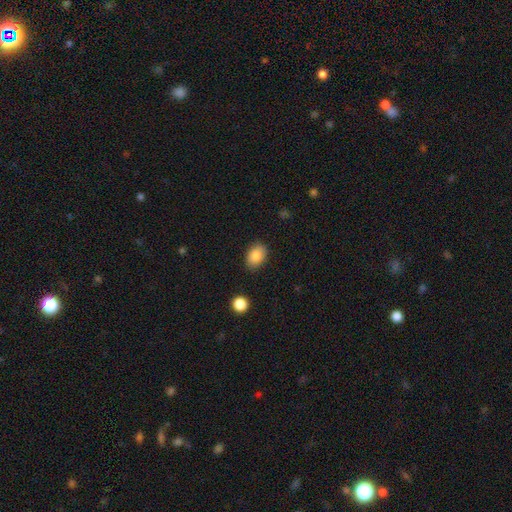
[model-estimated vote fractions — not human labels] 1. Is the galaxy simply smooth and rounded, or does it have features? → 85% smooth, 8% star or artifact, 7% featured or disk.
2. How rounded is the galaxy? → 82% in between, 17% round, 1% cigar-shaped.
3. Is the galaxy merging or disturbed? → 86% none, 10% minor disturbance, 2% major disturbance, 1% merger.